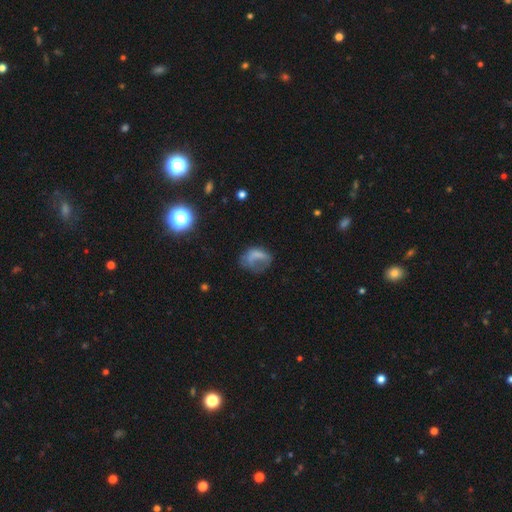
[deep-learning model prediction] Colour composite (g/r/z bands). It shows a smooth galaxy with no disk features (56%) that is in between round and cigar-shaped (67%). Merging: major disturbance (44%).